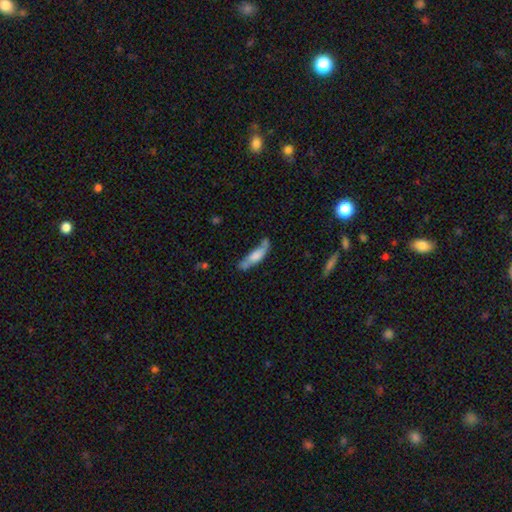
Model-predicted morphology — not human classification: Smooth or featured? smooth (57%)
How rounded? cigar-shaped (63%)
Merging? none (50%)